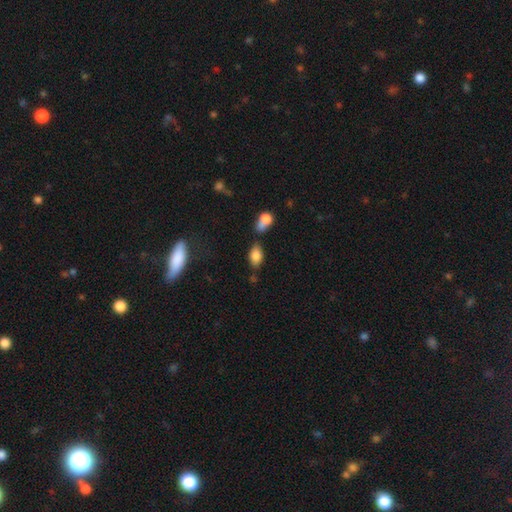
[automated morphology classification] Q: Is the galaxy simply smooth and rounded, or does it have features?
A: smooth — 81%.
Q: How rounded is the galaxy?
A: in between — 89%.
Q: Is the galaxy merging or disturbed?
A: none — 55%.